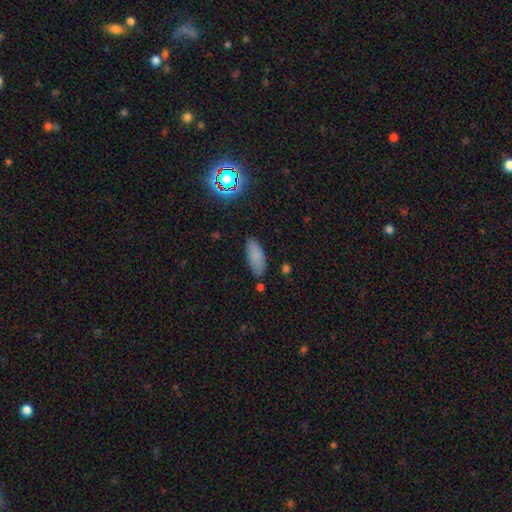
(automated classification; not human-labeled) Smooth or featured: smooth — 81% (star or artifact — 11%)
How rounded: in between — 83% (cigar-shaped — 14%)
Merging: none — 78% (minor disturbance — 16%)